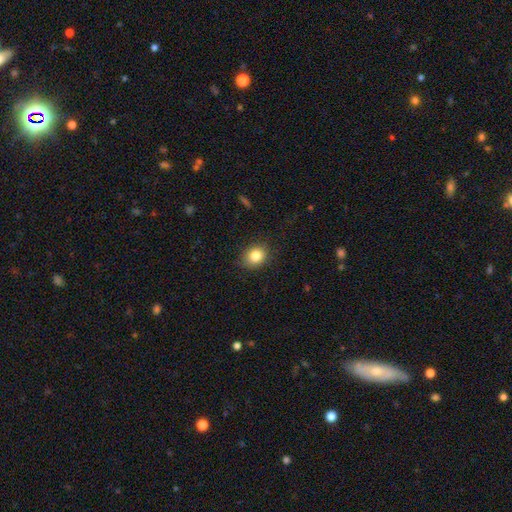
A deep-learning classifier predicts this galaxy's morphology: Smooth or featured: smooth — 83% (star or artifact — 10%)
How rounded: round — 61% (in between — 38%)
Merging: none — 86% (minor disturbance — 11%)